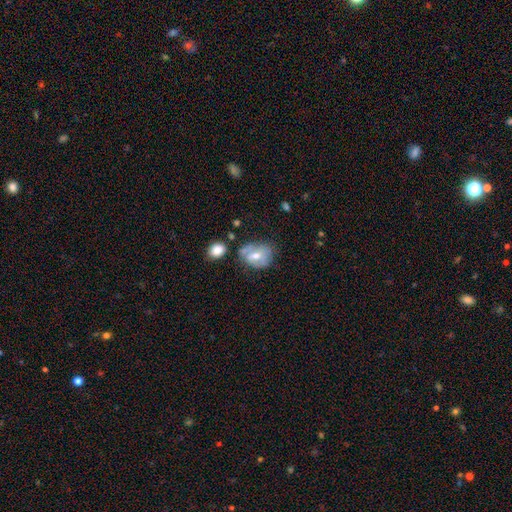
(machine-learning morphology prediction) Smooth or featured? Predicted: smooth (p=0.54). How rounded? Predicted: in between (p=0.53). Merging? Predicted: none (p=0.40).